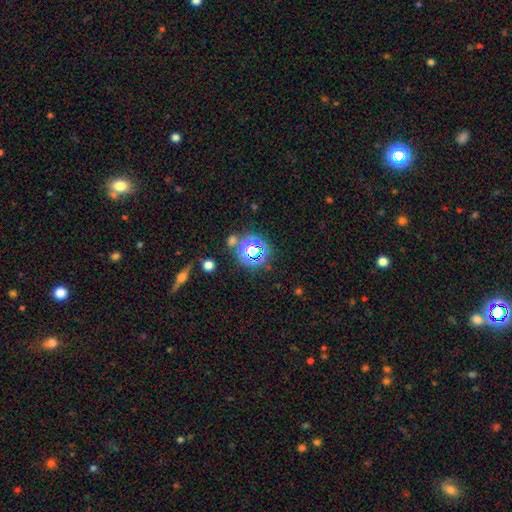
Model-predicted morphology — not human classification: The model was most divided on "smooth or featured": star or artifact: 64%, smooth: 25%, featured or disk: 10%.